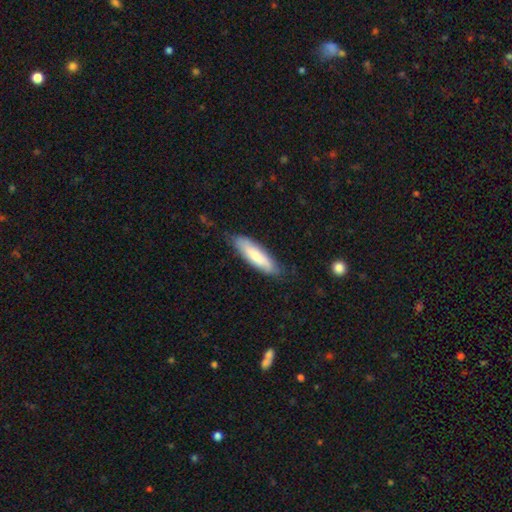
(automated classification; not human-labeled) This appears to be a smooth galaxy with no disk features (74%) that is cigar-shaped (64%). Merging: none (79%).